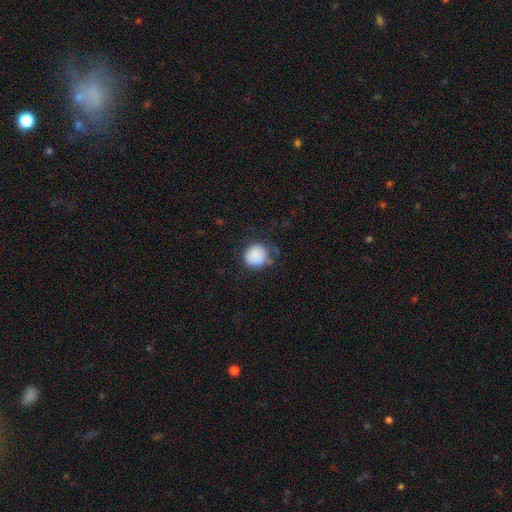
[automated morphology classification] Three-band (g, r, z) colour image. It shows a smooth galaxy with no disk features (86%) that is round (86%). Merging: none (61%).